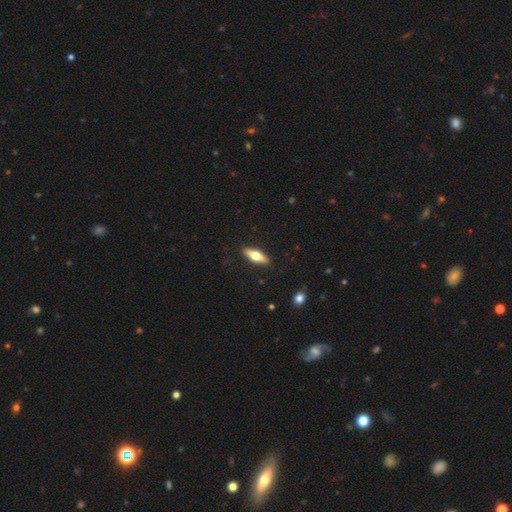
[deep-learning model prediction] smooth_or_featured: smooth (p=0.53) [alt: featured or disk p=0.42]
how_rounded: cigar-shaped (p=0.49) [alt: in between p=0.48]
merging: none (p=0.90) [alt: minor disturbance p=0.08]